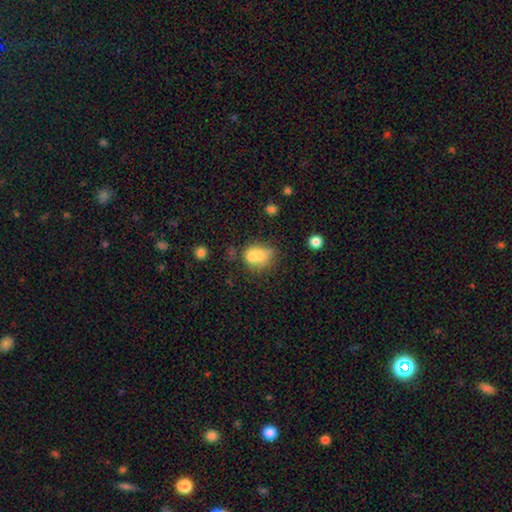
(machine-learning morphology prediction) Smooth or featured? smooth (71%)
How rounded? in between (50%)
Merging? merger (35%)